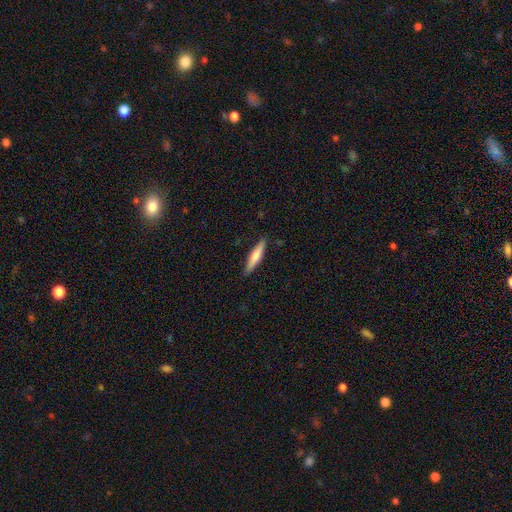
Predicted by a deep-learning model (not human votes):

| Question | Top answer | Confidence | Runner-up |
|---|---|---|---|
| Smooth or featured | smooth | 69% | featured or disk (26%) |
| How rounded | cigar-shaped | 85% | in between (14%) |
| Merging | none | 88% | minor disturbance (9%) |